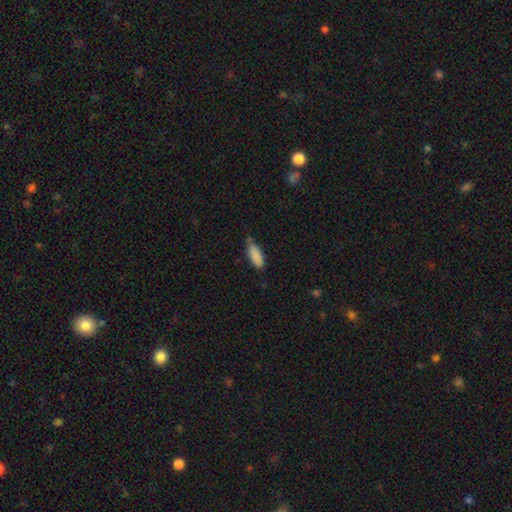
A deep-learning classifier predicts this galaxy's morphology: A smooth galaxy with no disk features (89%) that is in between round and cigar-shaped (75%). Merging: none (62%).